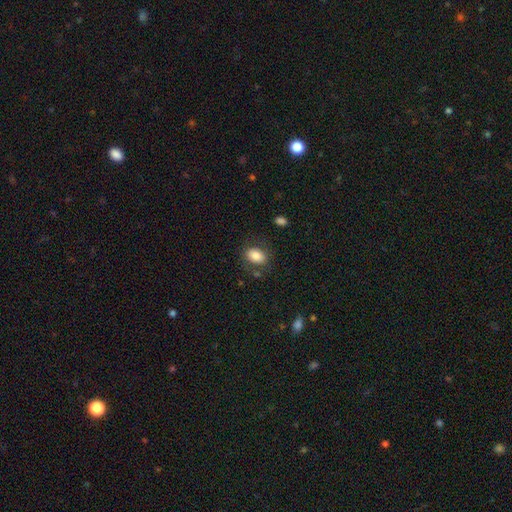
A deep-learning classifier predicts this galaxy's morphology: smooth_or_featured: smooth (p=0.82) [alt: featured or disk p=0.10]
how_rounded: in between (p=0.79) [alt: round p=0.20]
merging: none (p=0.74) [alt: minor disturbance p=0.16]